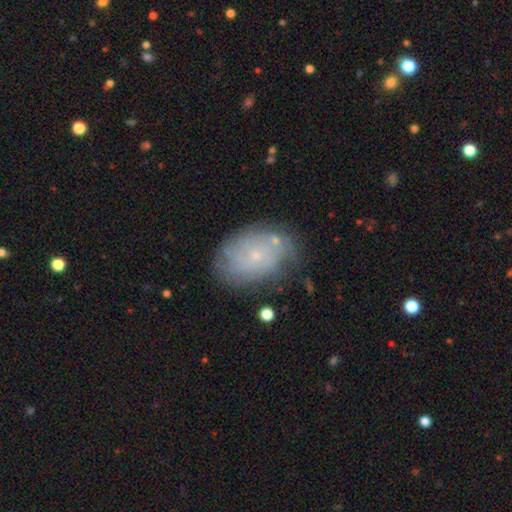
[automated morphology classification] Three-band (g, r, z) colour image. It shows a featured or disk galaxy (62%) with no bar (83%), spiral arms (77%) and a small central bulge (81%). Merging: none (68%).